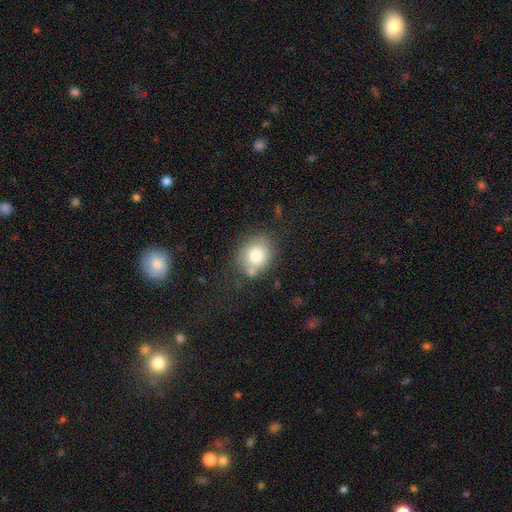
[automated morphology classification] Smooth or featured? Predicted: smooth (p=0.77). How rounded? Predicted: round (p=0.62). Merging? Predicted: none (p=0.68).